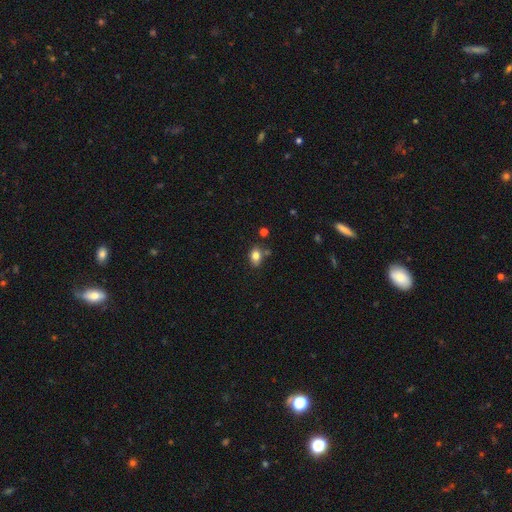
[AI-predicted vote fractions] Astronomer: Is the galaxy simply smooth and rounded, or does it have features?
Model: smooth — 81%.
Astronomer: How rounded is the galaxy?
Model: in between — 74%.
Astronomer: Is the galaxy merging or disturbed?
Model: none — 73%.